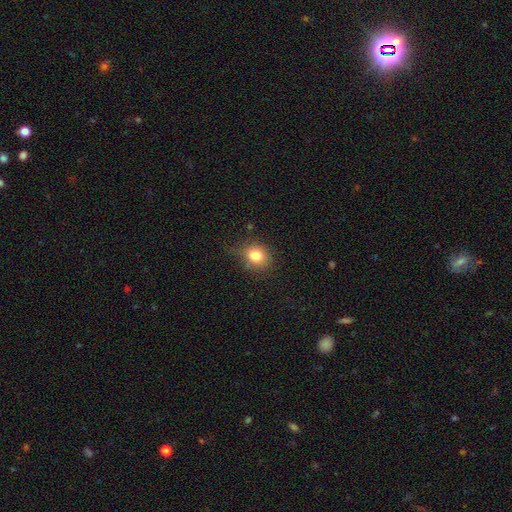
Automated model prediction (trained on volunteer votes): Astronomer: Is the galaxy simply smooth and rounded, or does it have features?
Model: smooth — 81%.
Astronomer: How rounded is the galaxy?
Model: round — 66%.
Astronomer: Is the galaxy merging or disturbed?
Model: none — 70%.